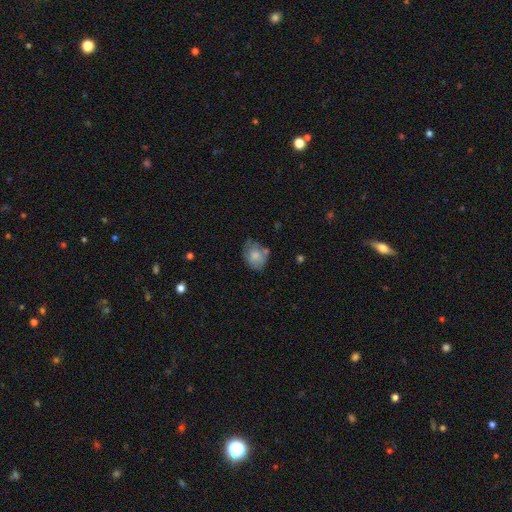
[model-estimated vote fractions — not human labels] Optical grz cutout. It shows a smooth galaxy with no disk features (71%) that is in between round and cigar-shaped (58%). Merging: none (53%).